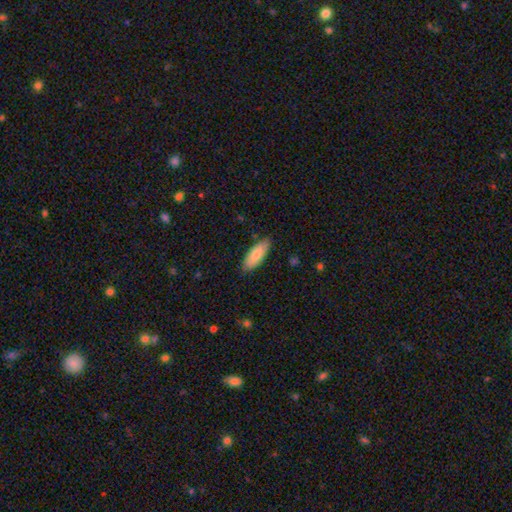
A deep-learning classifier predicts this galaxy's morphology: Q: Smooth or featured?
A: smooth (84%); runner-up: featured or disk (11%)
Q: How rounded?
A: in between (75%); runner-up: cigar-shaped (23%)
Q: Merging?
A: none (82%); runner-up: minor disturbance (15%)